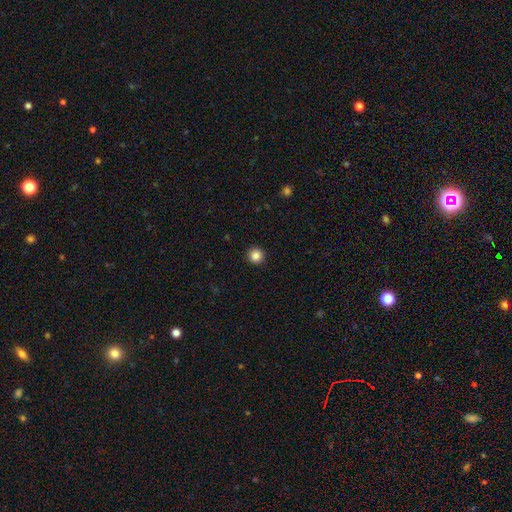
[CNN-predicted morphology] smooth 86%, star or artifact 10%, featured or disk 3%. Down the decision tree: how rounded — round (96%); merging — none (94%).